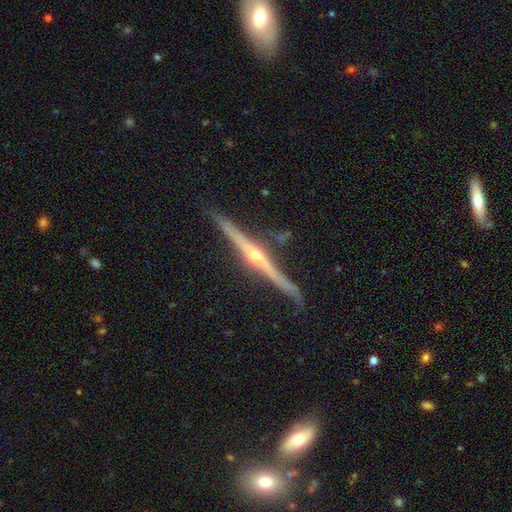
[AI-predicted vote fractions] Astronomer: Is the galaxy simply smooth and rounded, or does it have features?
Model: featured or disk — 88%.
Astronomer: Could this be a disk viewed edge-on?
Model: yes — 98%.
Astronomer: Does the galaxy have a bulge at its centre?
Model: rounded — 91%.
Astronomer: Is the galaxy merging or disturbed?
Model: none — 86%.